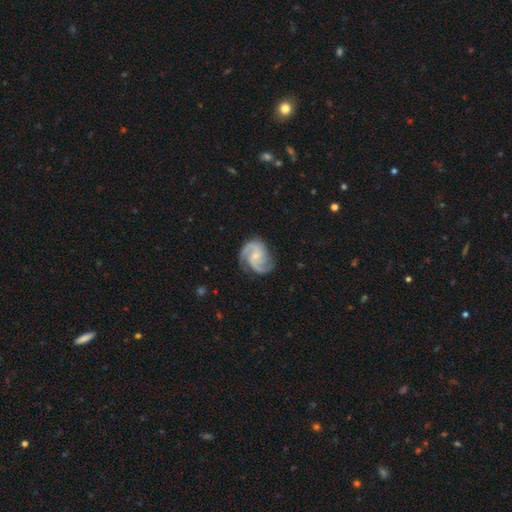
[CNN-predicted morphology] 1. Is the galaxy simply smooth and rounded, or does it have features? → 90% featured or disk, 5% smooth, 4% star or artifact.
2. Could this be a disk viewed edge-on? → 98% no, 2% yes.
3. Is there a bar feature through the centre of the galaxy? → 53% no, 38% weak, 8% strong.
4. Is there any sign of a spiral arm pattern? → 98% yes, 2% no.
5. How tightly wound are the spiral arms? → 57% medium, 28% tight, 15% loose.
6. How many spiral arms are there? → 70% 2, 19% 3, 4% can't tell, 2% 1, 2% 4, 2% more than 4.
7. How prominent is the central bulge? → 66% small, 22% moderate, 10% none, 1% large, 1% dominant.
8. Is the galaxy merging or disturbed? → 76% none, 17% minor disturbance, 6% major disturbance, 1% merger.